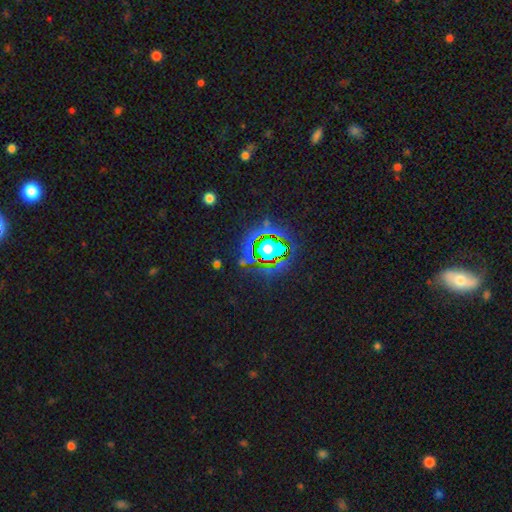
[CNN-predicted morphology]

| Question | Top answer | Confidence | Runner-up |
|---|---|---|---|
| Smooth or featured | star or artifact | 81% | smooth (11%) |